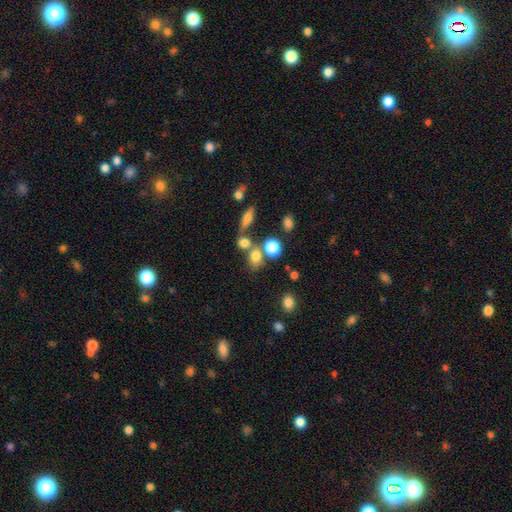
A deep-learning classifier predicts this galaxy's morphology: This is likely a smooth galaxy (75%). How rounded: possibly round (52%). Merging: possibly none (51%).